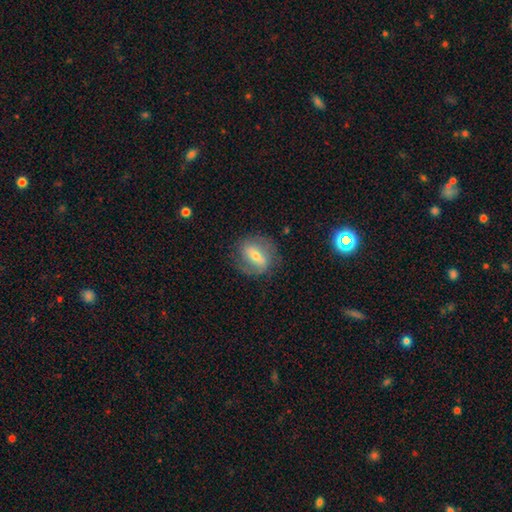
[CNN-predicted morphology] type=featured or disk (58%); edge-on=no (91%); bar=strong (47%); spiral arms=yes (66%); bulge=moderate (50%); merging=none (71%).